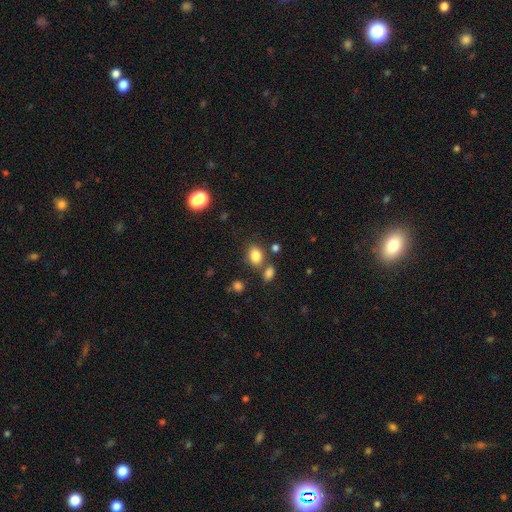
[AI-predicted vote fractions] Smooth or featured? Predicted: smooth (p=0.82). How rounded? Predicted: in between (p=0.68). Merging? Predicted: none (p=0.65).